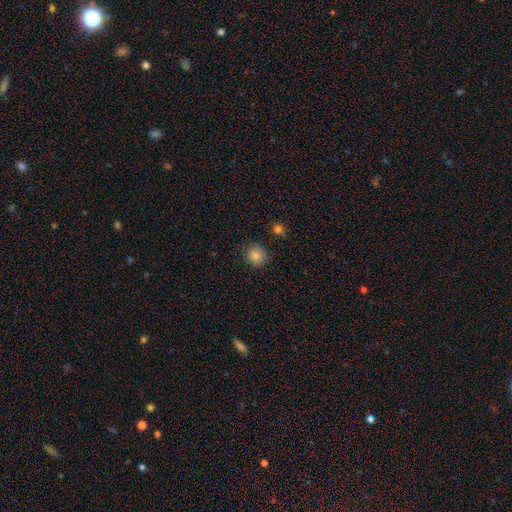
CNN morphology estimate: A smooth galaxy with no disk features (84%) that is round (91%).

Vote fractions:
- Smooth or featured? smooth: 84% / star or artifact: 11% / featured or disk: 5%
- How rounded? round: 91% / in between: 8% / cigar-shaped: 1%
- Merging? none: 87% / minor disturbance: 9% / major disturbance: 2% / merger: 2%